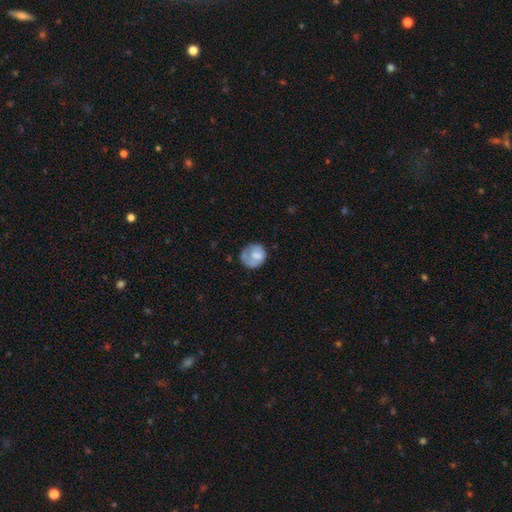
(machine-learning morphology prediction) This is likely a smooth galaxy (64%). How rounded: likely round (75%). Merging: possibly none (49%).